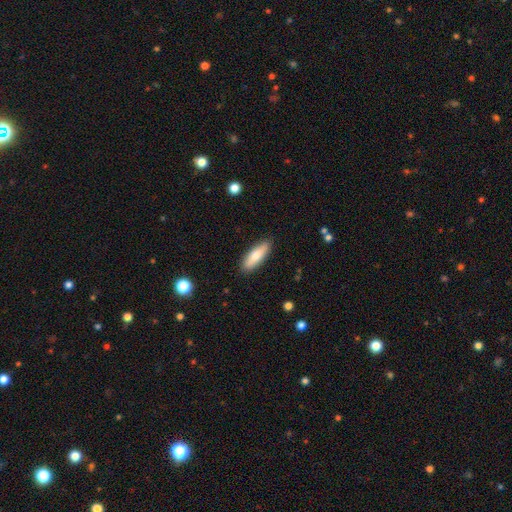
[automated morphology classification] Smooth or featured: smooth — 76% (featured or disk — 18%)
How rounded: in between — 57% (cigar-shaped — 41%)
Merging: none — 87% (minor disturbance — 10%)